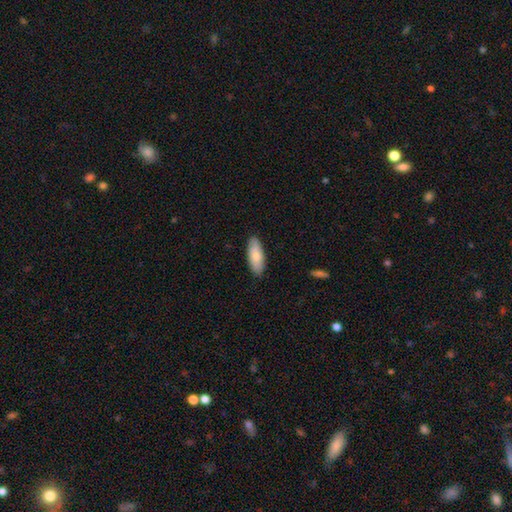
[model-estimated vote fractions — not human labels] Smooth or featured? Predicted: smooth (p=0.78). How rounded? Predicted: in between (p=0.77). Merging? Predicted: none (p=0.87).